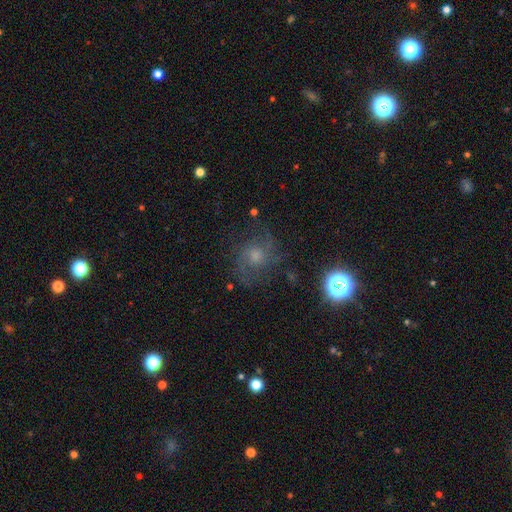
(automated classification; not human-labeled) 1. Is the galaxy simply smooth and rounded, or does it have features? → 56% featured or disk, 24% smooth, 20% star or artifact.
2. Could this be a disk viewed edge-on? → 97% no, 3% yes.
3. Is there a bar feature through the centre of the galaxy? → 75% no, 22% weak, 3% strong.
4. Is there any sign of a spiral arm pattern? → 89% yes, 11% no.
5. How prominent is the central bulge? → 47% moderate, 29% small, 12% large, 10% none, 2% dominant.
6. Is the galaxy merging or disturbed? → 66% none, 18% minor disturbance, 14% major disturbance, 2% merger.